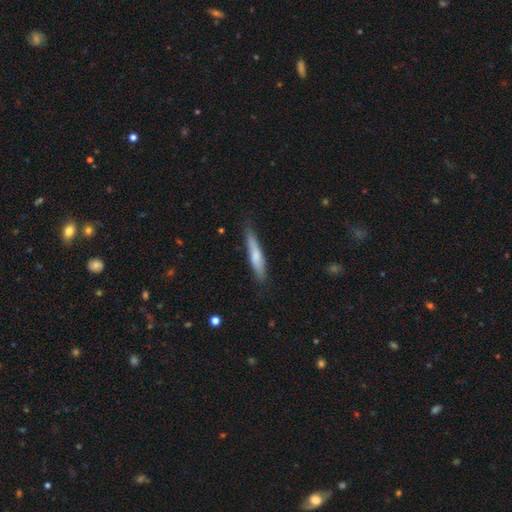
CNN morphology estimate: Overall: smooth (67%). How rounded: cigar-shaped (89%). Merging: none (81%).